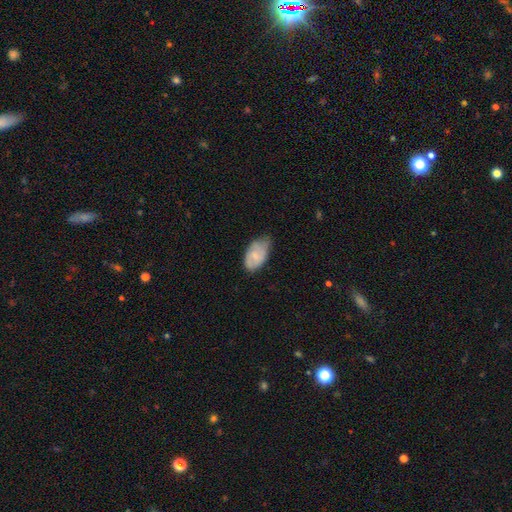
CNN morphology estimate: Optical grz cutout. It shows a smooth galaxy with no disk features (65%) that is in between round and cigar-shaped (93%). Merging: none (47%).